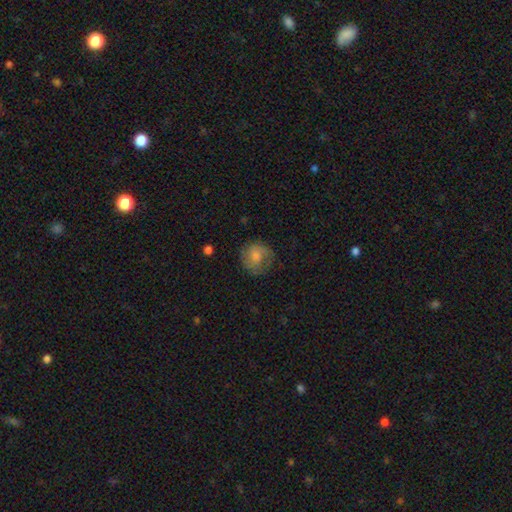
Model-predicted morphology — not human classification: This is possibly a smooth galaxy (56%). How rounded: clearly round (83%). Merging: likely none (71%).